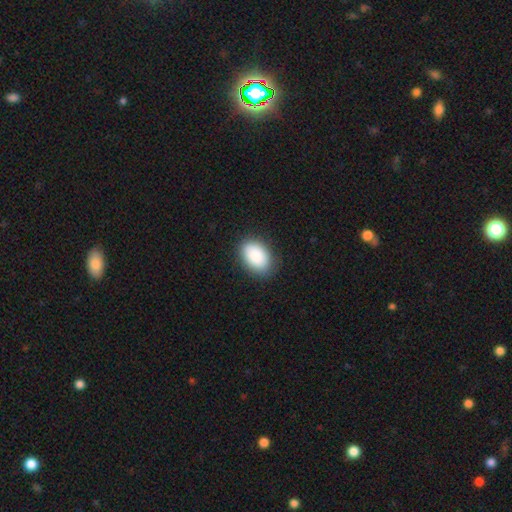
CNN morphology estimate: This appears to be a smooth galaxy with no disk features (89%) that is in between round and cigar-shaped (87%). Merging: none (86%).